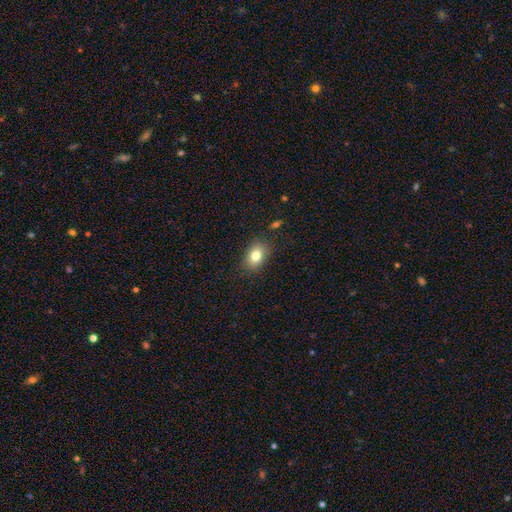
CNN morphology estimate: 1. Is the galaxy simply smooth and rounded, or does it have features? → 79% smooth, 11% featured or disk, 10% star or artifact.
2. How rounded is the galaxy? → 78% in between, 20% round, 2% cigar-shaped.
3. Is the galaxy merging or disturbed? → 85% none, 11% minor disturbance, 3% major disturbance, 2% merger.